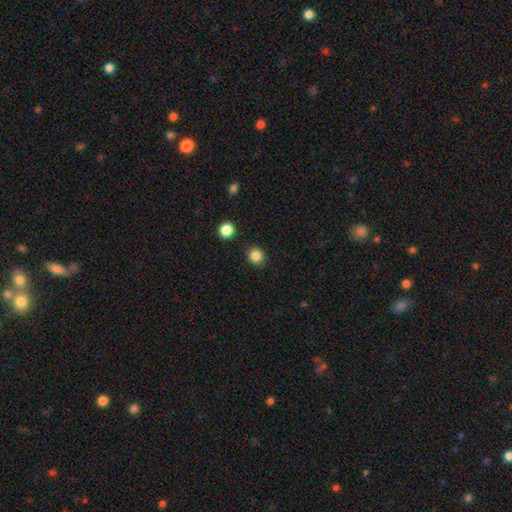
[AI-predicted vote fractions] smooth 86%, star or artifact 11%, featured or disk 3%. Down the decision tree: how rounded — round (90%); merging — none (90%).